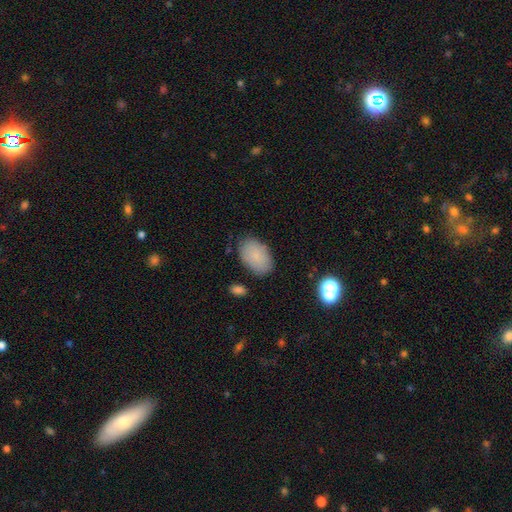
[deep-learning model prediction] Morphology: type=smooth (84%); roundness=in between (90%); merging=none (81%).